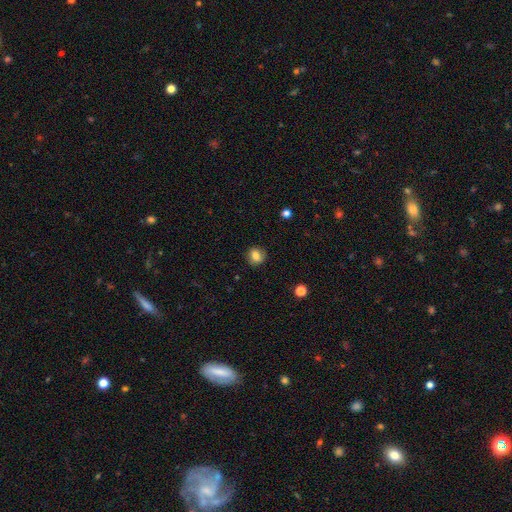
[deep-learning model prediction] Overall: smooth (80%). How rounded: round (74%). Merging: none (84%).